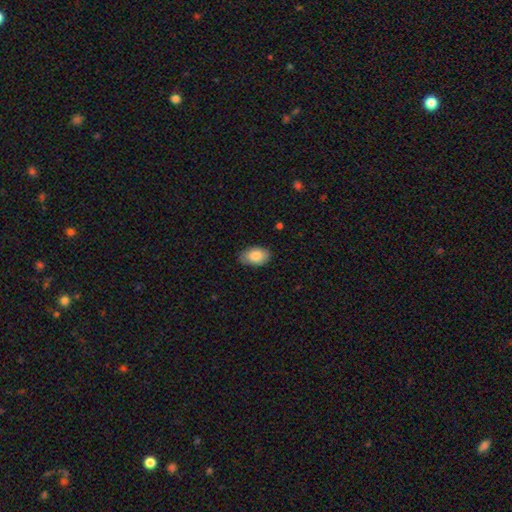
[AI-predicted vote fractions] Smooth or featured: smooth — 85% (featured or disk — 8%)
How rounded: in between — 91% (round — 8%)
Merging: none — 80% (minor disturbance — 16%)